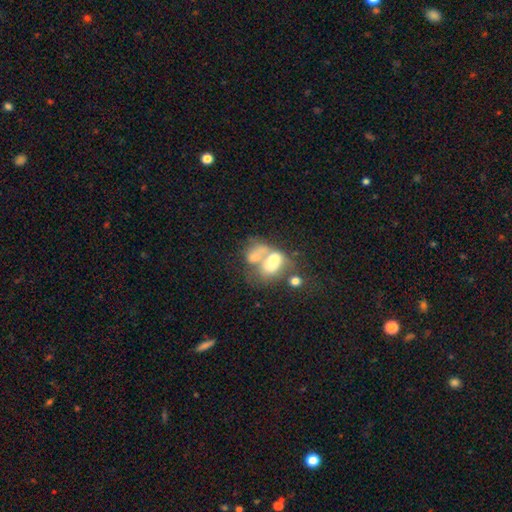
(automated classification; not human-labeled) smooth-or-featured: smooth: 49% | featured or disk: 40% | star or artifact: 11%
  merging: merger: 66% | major disturbance: 16% | none: 11% | minor disturbance: 7%